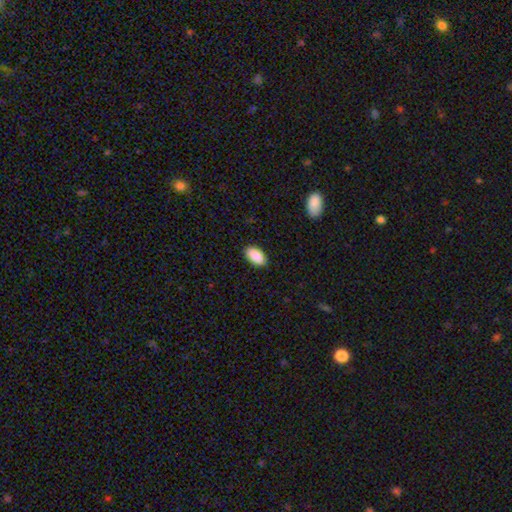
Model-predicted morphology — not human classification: Smooth or featured? Predicted: smooth (p=0.90). How rounded? Predicted: in between (p=0.95). Merging? Predicted: none (p=0.88).